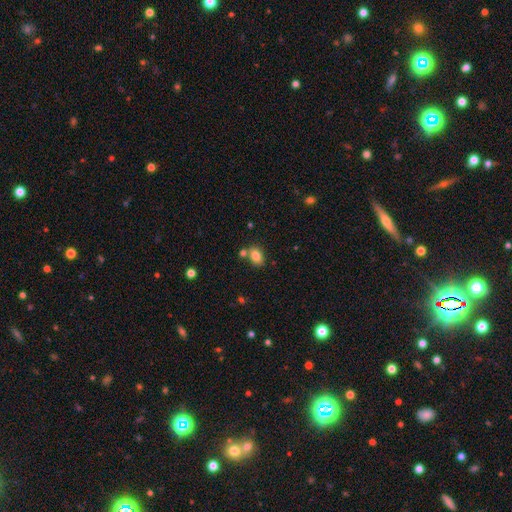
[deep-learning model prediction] Q: Smooth or featured?
A: smooth (82%); runner-up: star or artifact (10%)
Q: How rounded?
A: in between (74%); runner-up: round (25%)
Q: Merging?
A: none (68%); runner-up: merger (16%)